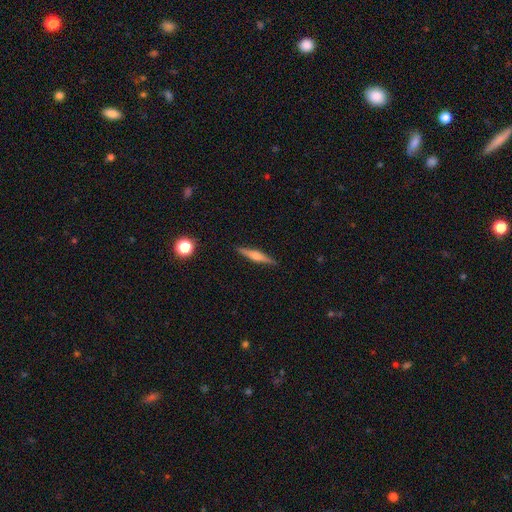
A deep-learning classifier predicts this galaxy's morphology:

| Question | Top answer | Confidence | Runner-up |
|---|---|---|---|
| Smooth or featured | featured or disk | 65% | smooth (28%) |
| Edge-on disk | yes | 97% | no (3%) |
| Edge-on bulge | rounded | 84% | boxy (10%) |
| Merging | none | 90% | minor disturbance (7%) |